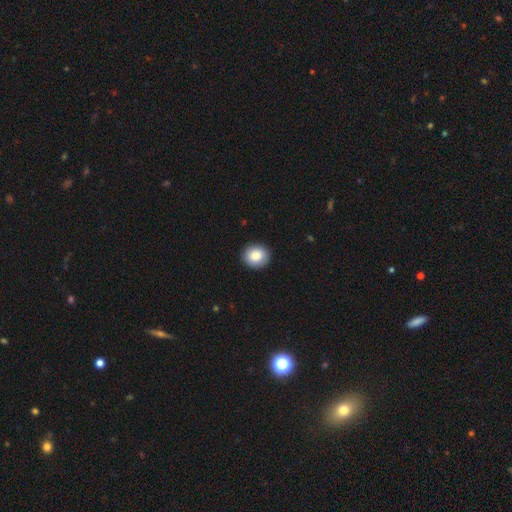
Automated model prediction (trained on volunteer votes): Smooth or featured? Predicted: smooth (p=0.86). How rounded? Predicted: round (p=0.77). Merging? Predicted: none (p=0.91).